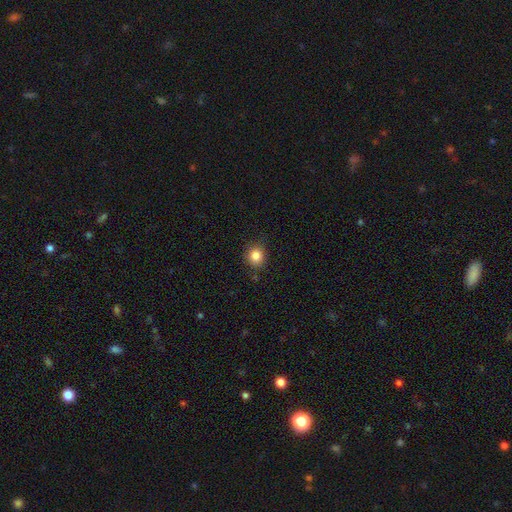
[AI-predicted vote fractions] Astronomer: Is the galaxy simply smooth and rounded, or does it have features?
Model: smooth — 84%.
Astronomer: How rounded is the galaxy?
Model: round — 82%.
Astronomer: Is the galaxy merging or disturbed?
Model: none — 85%.